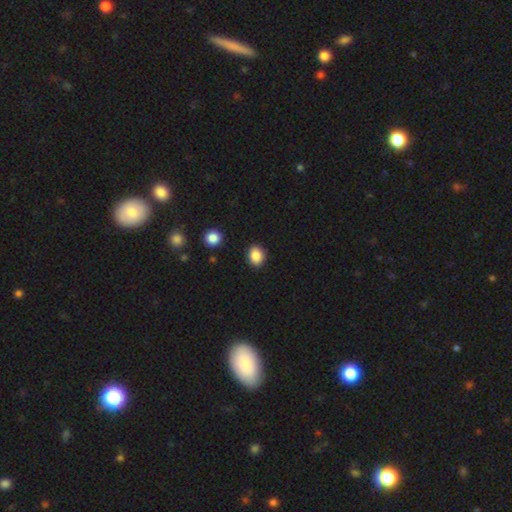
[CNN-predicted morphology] This is clearly a smooth galaxy (87%). How rounded: possibly in between (57%). Merging: clearly none (88%).